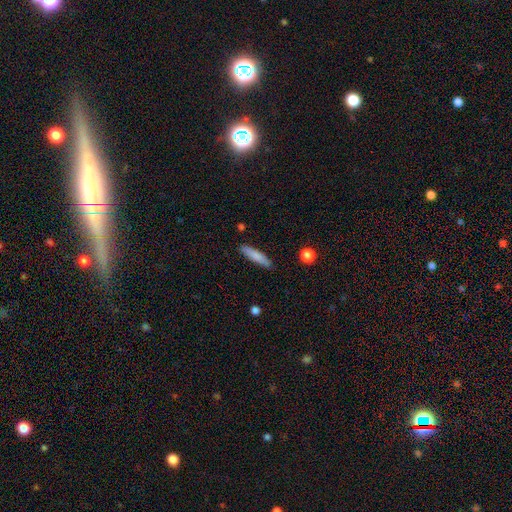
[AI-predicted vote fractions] Overall: smooth (80%). How rounded: cigar-shaped (85%). Merging: none (86%).